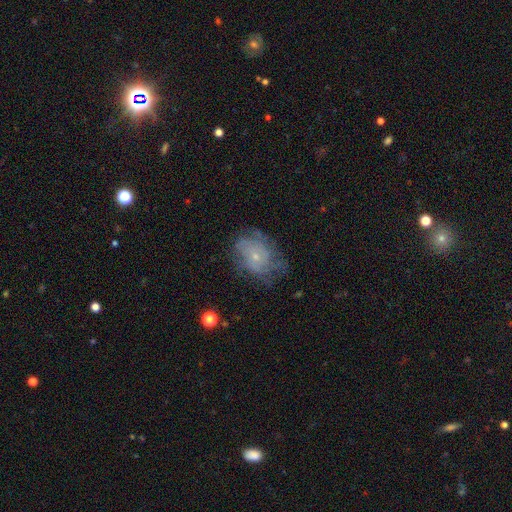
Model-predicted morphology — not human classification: This appears to be a featured or disk galaxy (62%) with no bar (84%), spiral arms (73%) and a small central bulge (77%). Merging: none (59%).